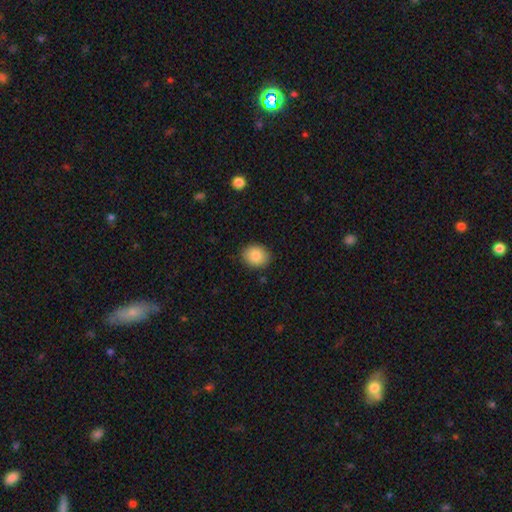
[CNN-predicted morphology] Smooth or featured: smooth — 86% (star or artifact — 8%)
How rounded: round — 53% (in between — 46%)
Merging: none — 87% (minor disturbance — 10%)